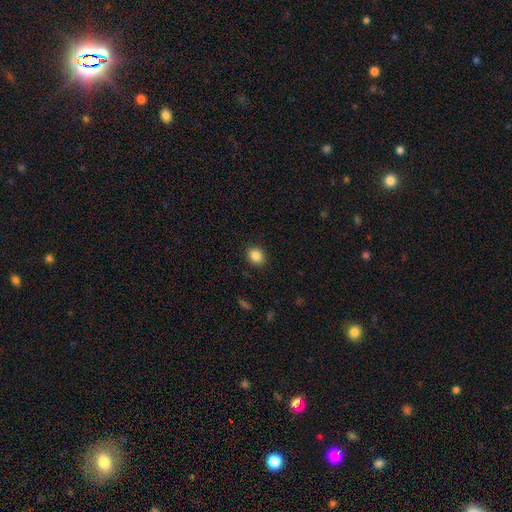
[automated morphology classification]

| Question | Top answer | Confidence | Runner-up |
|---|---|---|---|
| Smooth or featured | smooth | 87% | star or artifact (9%) |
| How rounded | round | 58% | in between (42%) |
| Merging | none | 90% | minor disturbance (7%) |